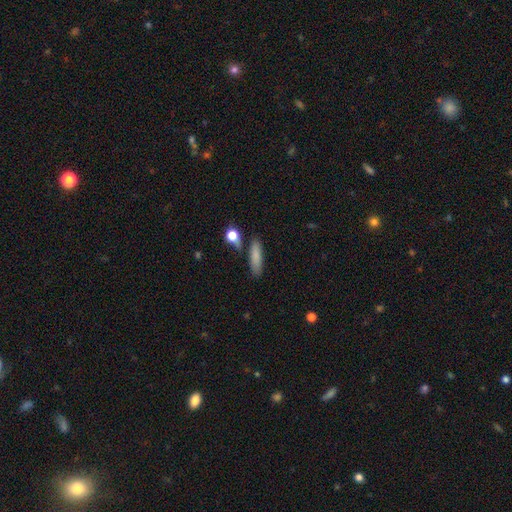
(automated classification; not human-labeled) Morphology: type=smooth (81%); roundness=cigar-shaped (60%); merging=none (75%).